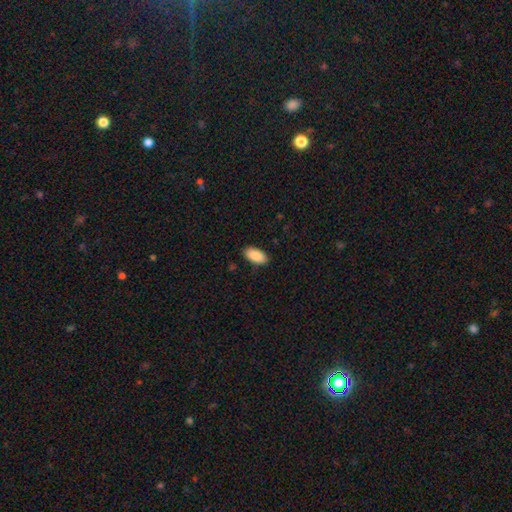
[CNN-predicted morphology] Q: Smooth or featured?
A: smooth (90%); runner-up: star or artifact (6%)
Q: How rounded?
A: in between (94%); runner-up: cigar-shaped (4%)
Q: Merging?
A: none (88%); runner-up: minor disturbance (9%)